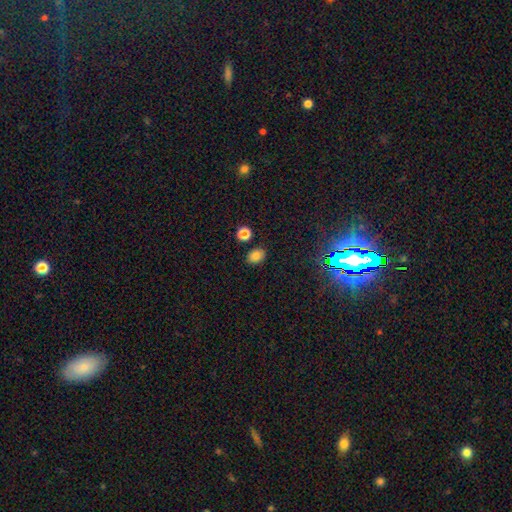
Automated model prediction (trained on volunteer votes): smooth-or-featured: smooth: 80% | star or artifact: 13% | featured or disk: 7%
  how-rounded: in between: 62% | round: 37% | cigar-shaped: 1%
  merging: none: 84% | minor disturbance: 9% | merger: 4% | major disturbance: 2%